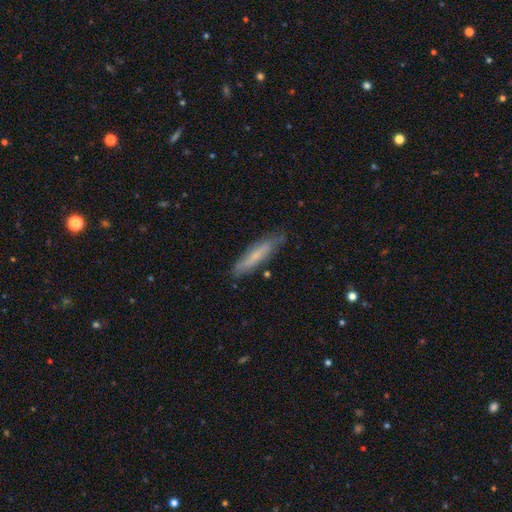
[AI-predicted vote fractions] A smooth galaxy with no disk features (60%) that is cigar-shaped (81%). Merging: none (79%).